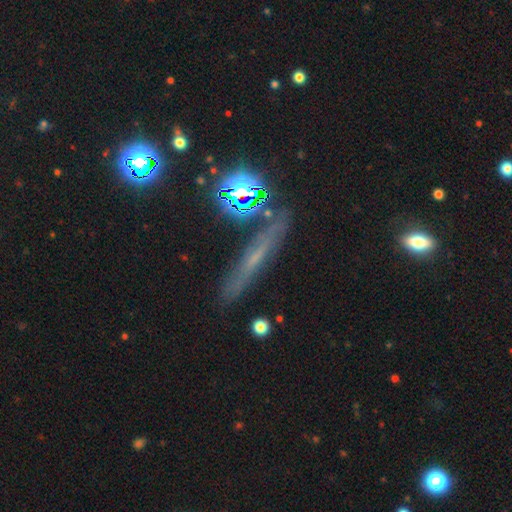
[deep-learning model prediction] featured or disk 43%, smooth 36%, star or artifact 21%. Down the decision tree: merging — none (82%).